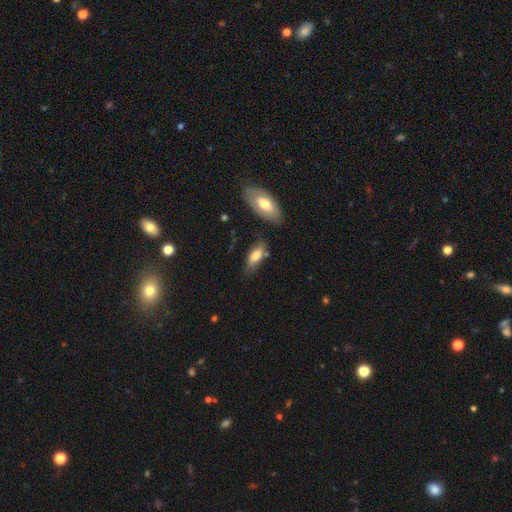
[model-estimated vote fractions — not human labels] Smooth or featured? Predicted: smooth (p=0.73). How rounded? Predicted: in between (p=0.78). Merging? Predicted: none (p=0.62).